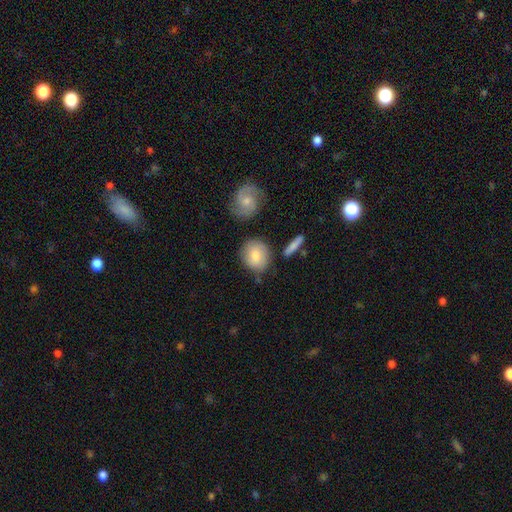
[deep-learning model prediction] smooth 77%, featured or disk 17%, star or artifact 6%. Down the decision tree: how rounded — round (72%); merging — none (73%).